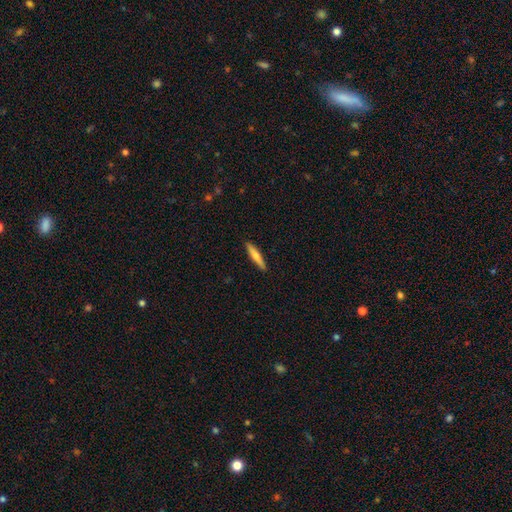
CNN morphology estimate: This appears to be a smooth galaxy with no disk features (59%) that is cigar-shaped (88%). Merging: none (91%).